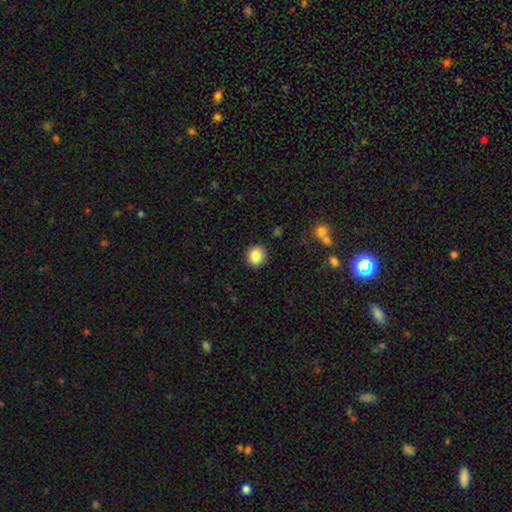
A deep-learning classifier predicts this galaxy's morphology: Smooth or featured? smooth (86%)
How rounded? round (85%)
Merging? none (91%)